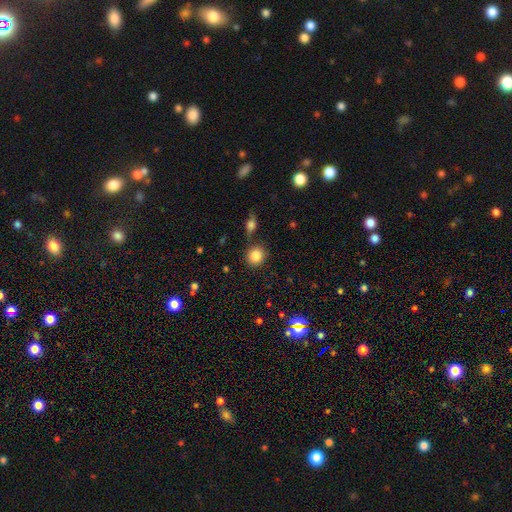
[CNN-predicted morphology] The model was most divided on "merging": none: 80%, minor disturbance: 9%, merger: 8%, major disturbance: 3%. More confident: how rounded — round (87%); smooth or featured — smooth (84%).